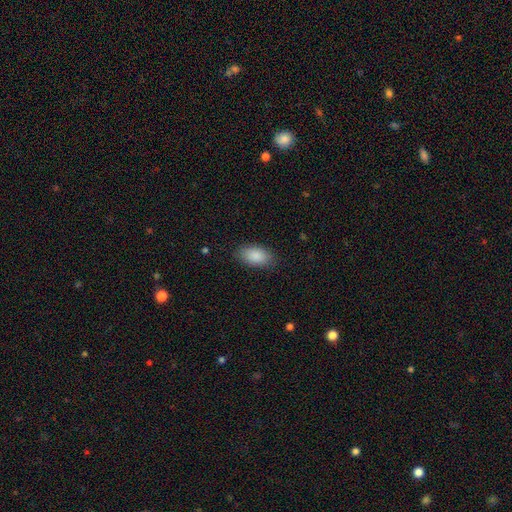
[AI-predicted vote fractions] smooth-or-featured: smooth: 89% | star or artifact: 6% | featured or disk: 5%
  how-rounded: in between: 94% | round: 4% | cigar-shaped: 2%
  merging: none: 85% | minor disturbance: 11% | major disturbance: 3% | merger: 1%